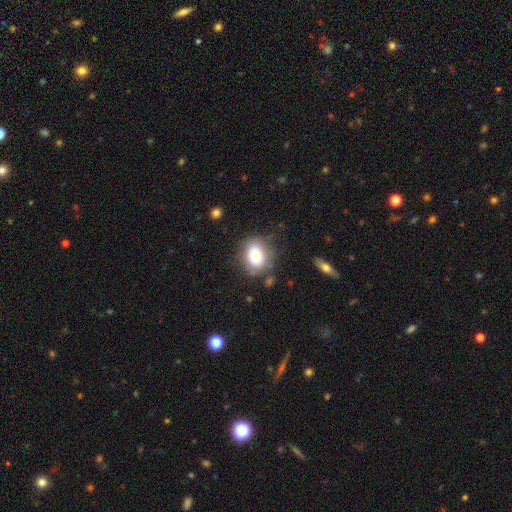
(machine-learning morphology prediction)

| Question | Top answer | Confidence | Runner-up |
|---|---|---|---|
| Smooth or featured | smooth | 76% | featured or disk (15%) |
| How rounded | round | 55% | in between (44%) |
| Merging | none | 74% | minor disturbance (16%) |